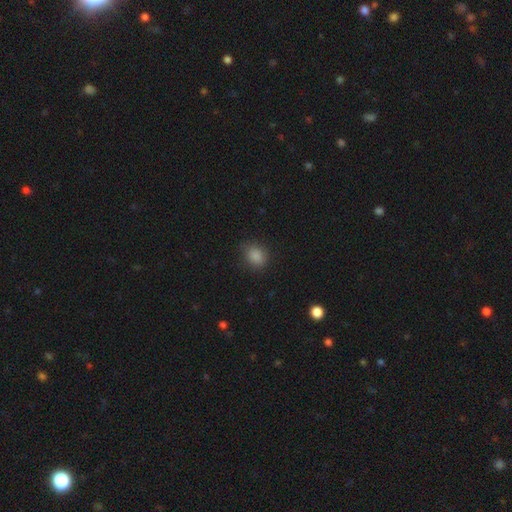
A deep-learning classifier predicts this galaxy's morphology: Smooth or featured? smooth (86%)
How rounded? round (56%)
Merging? none (82%)